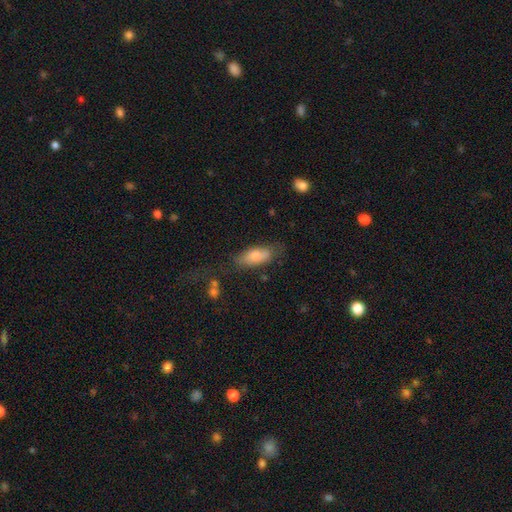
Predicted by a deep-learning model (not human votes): Smooth or featured? Predicted: smooth (p=0.72). How rounded? Predicted: in between (p=0.73). Merging? Predicted: none (p=0.71).